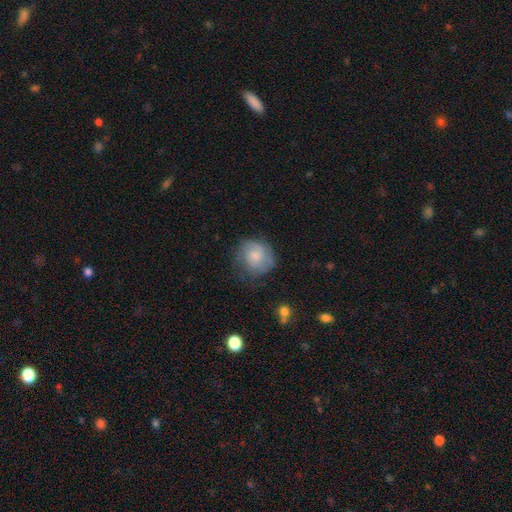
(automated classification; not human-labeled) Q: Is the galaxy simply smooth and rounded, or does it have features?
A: smooth — 54%.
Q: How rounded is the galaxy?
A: round — 79%.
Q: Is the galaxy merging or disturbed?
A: none — 60%.